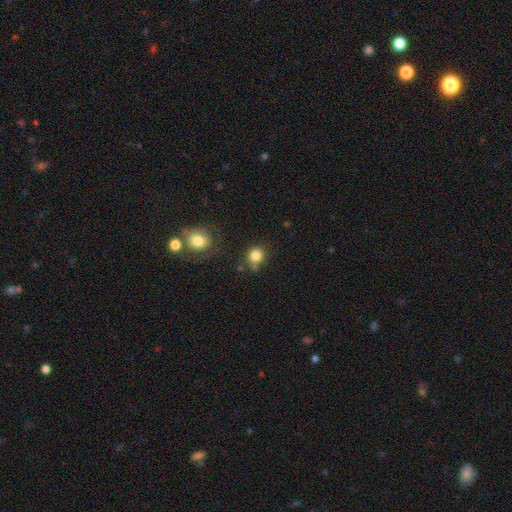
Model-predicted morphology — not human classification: The model was most divided on "merging": none: 72%, minor disturbance: 15%, merger: 9%, major disturbance: 4%. More confident: how rounded — round (86%); smooth or featured — smooth (83%).